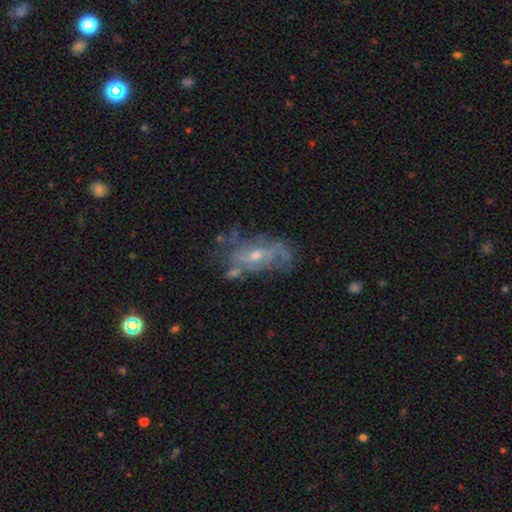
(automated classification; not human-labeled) featured or disk 75%, smooth 17%, star or artifact 8%. Down the decision tree: edge-on disk — no (93%); bar — no (58%); spiral arms — yes (68%); bulge size — small (48%); merging — none (50%).